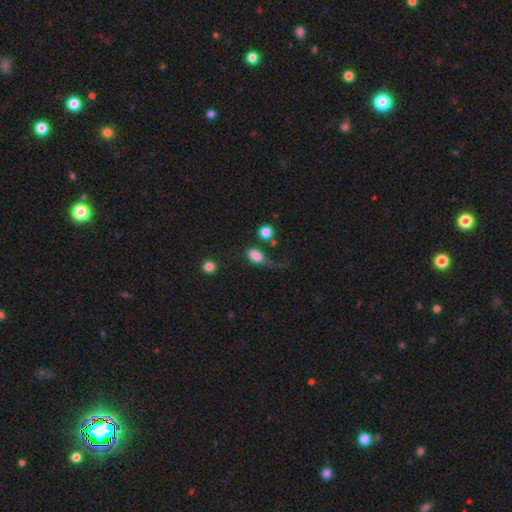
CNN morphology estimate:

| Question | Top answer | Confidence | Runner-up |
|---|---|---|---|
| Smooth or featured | smooth | 81% | featured or disk (10%) |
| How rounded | in between | 74% | round (24%) |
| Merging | major disturbance | 38% | none (31%) |